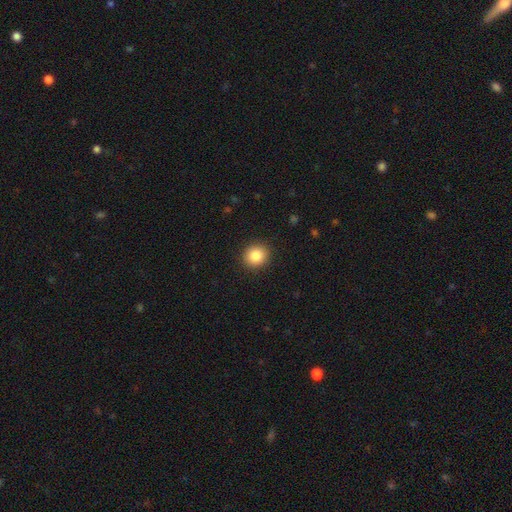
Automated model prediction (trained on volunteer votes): Smooth or featured? Predicted: smooth (p=0.85). How rounded? Predicted: round (p=0.86). Merging? Predicted: none (p=0.91).